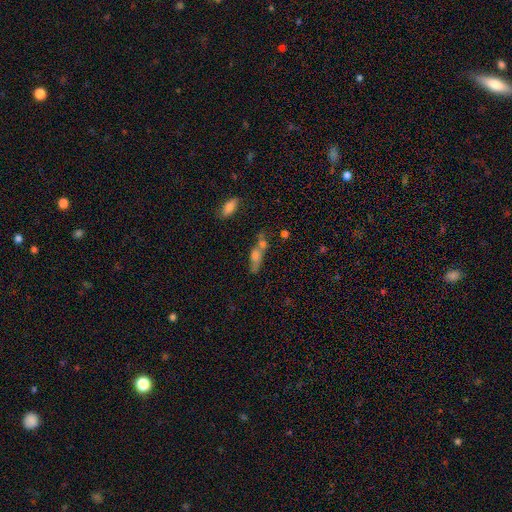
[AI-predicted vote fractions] Smooth or featured? smooth (58%)
How rounded? in between (46%, tied with cigar-shaped)
Merging? merger (37%)